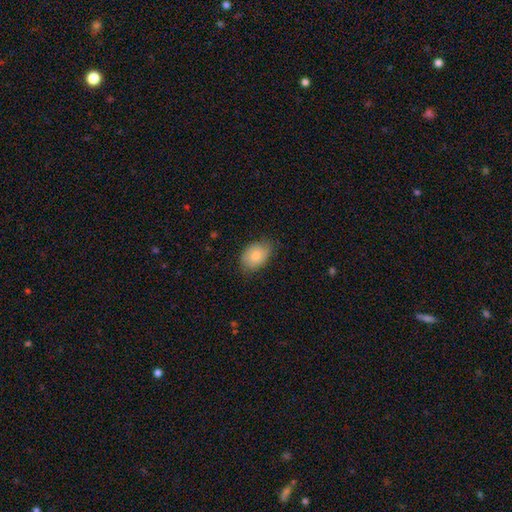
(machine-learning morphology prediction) Smooth or featured? smooth (77%)
How rounded? in between (79%)
Merging? none (75%)